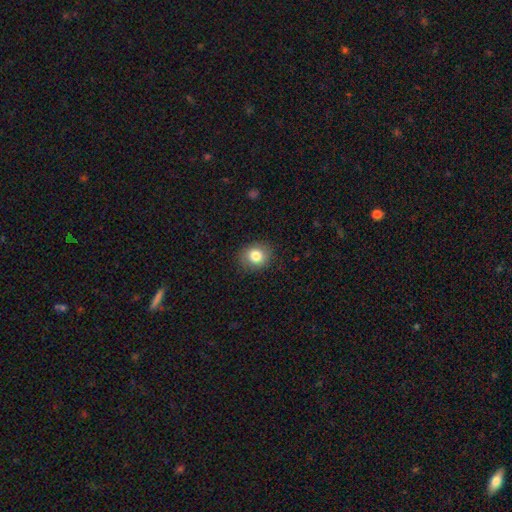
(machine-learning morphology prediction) A smooth galaxy with no disk features (82%) that is round (72%).

Vote fractions:
- Smooth or featured? smooth: 82% / star or artifact: 10% / featured or disk: 8%
- How rounded? round: 72% / in between: 27% / cigar-shaped: 1%
- Merging? none: 87% / minor disturbance: 9% / major disturbance: 3% / merger: 1%